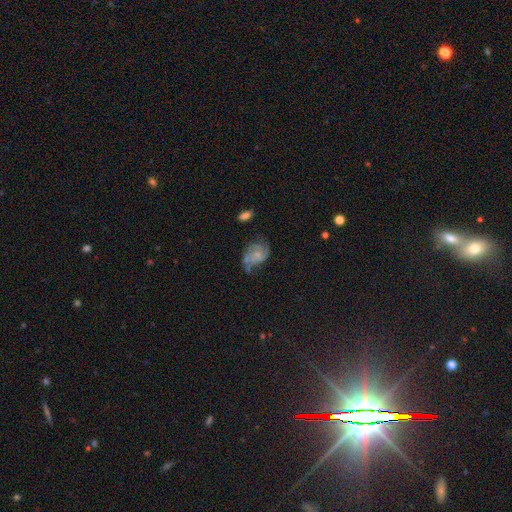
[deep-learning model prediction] Q: Smooth or featured?
A: featured or disk (62%); runner-up: smooth (29%)
Q: Edge-on disk?
A: no (98%); runner-up: yes (2%)
Q: Bar?
A: no (73%); runner-up: weak (23%)
Q: Spiral arms?
A: yes (82%); runner-up: no (18%)
Q: Bulge size?
A: small (54%); runner-up: none (22%)
Q: Merging?
A: none (37%); runner-up: minor disturbance (29%)